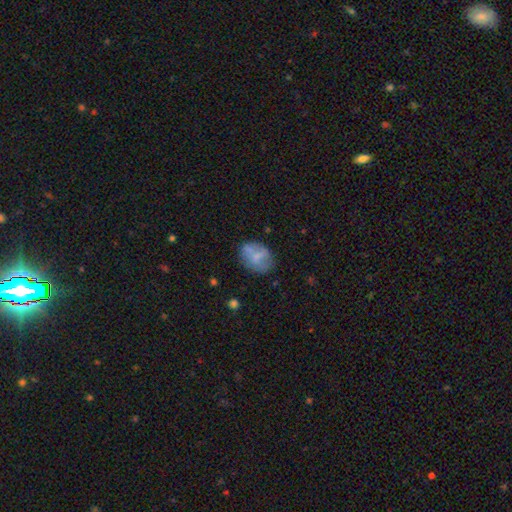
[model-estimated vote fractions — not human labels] The model was most divided on "how rounded": in between: 61%, round: 37%, cigar-shaped: 1%. More confident: smooth or featured — smooth (58%); merging — none (57%).